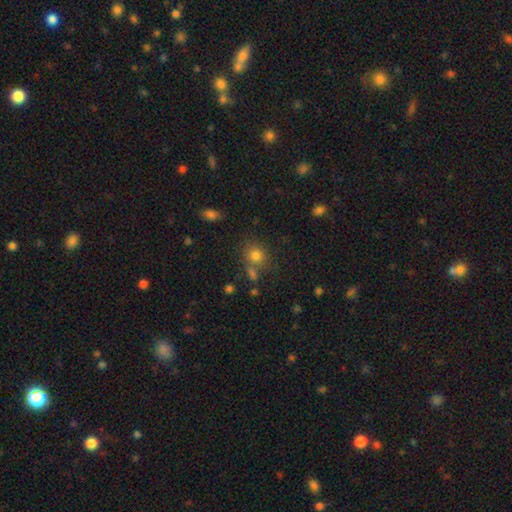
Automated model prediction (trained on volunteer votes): Smooth or featured?
  - smooth: 79% *
  - star or artifact: 13%
  - featured or disk: 8%
How rounded?
  - round: 78% *
  - in between: 21%
  - cigar-shaped: 1%
Merging?
  - none: 66% *
  - merger: 17%
  - minor disturbance: 12%
  - major disturbance: 5%